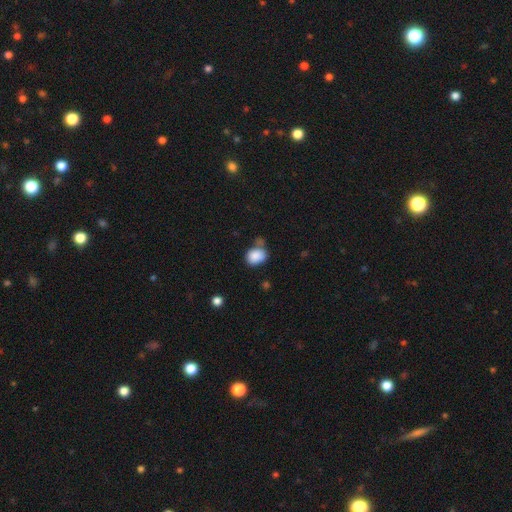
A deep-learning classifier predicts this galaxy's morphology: Smooth or featured? Predicted: smooth (p=0.87). How rounded? Predicted: in between (p=0.55). Merging? Predicted: none (p=0.54).